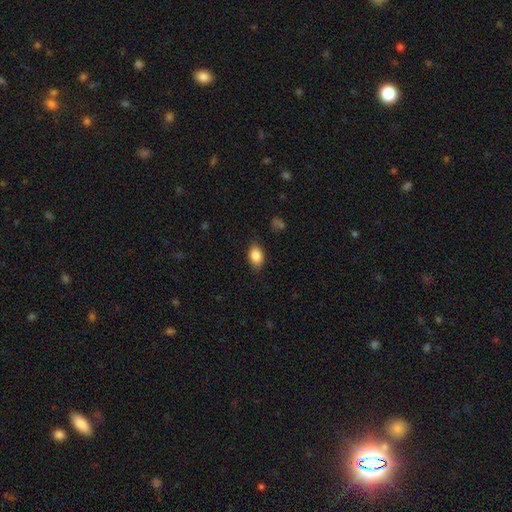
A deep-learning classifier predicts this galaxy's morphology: Smooth or featured: smooth — 85% (star or artifact — 8%)
How rounded: in between — 82% (round — 15%)
Merging: none — 79% (minor disturbance — 16%)